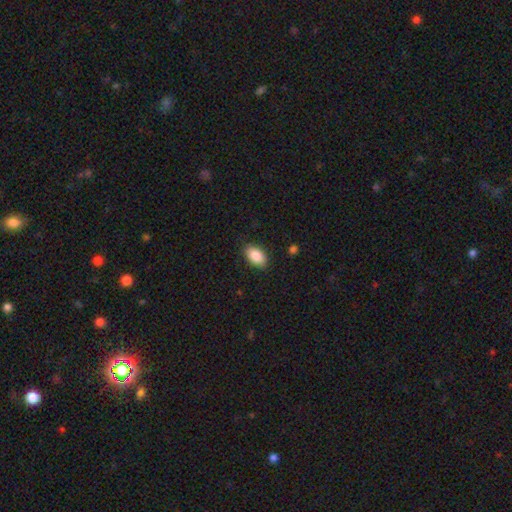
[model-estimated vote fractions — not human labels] smooth-or-featured: smooth: 86% | star or artifact: 7% | featured or disk: 7%
  how-rounded: in between: 92% | round: 6% | cigar-shaped: 2%
  merging: none: 87% | minor disturbance: 10% | major disturbance: 2% | merger: 1%